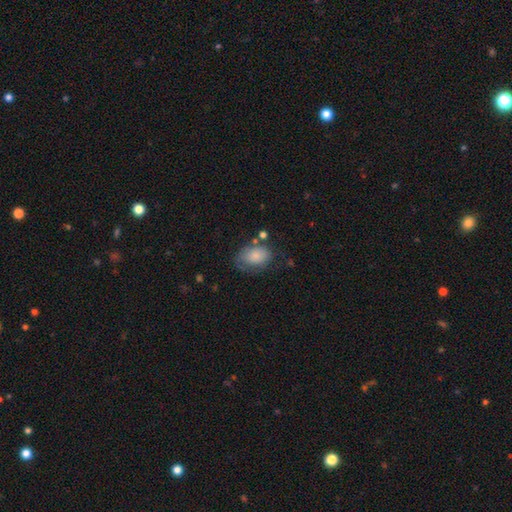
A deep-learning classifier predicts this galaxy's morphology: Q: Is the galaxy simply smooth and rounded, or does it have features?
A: smooth — 76%.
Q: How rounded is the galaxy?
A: in between — 84%.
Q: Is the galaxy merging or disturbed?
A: none — 51%.